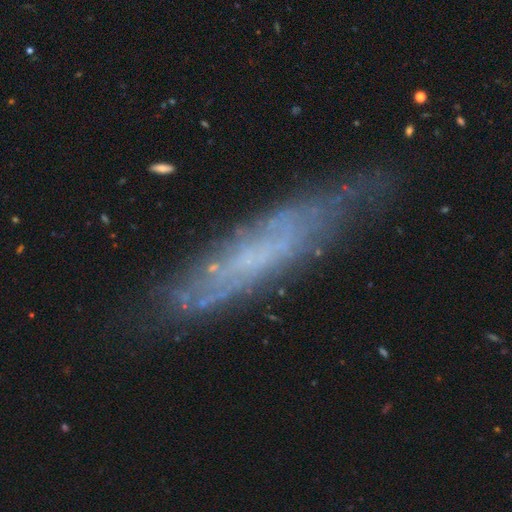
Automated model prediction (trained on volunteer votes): Q: Smooth or featured?
A: featured or disk (65%); runner-up: smooth (26%)
Q: Edge-on disk?
A: yes (51%); runner-up: no (49%)
Q: Merging?
A: none (69%); runner-up: minor disturbance (21%)